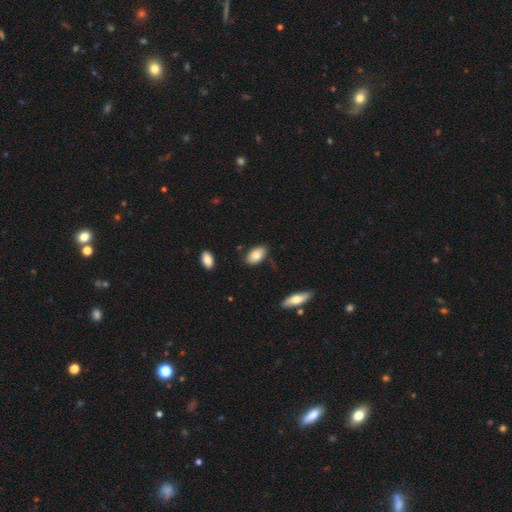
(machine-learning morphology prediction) type=smooth (82%); roundness=in between (94%); merging=none (78%).